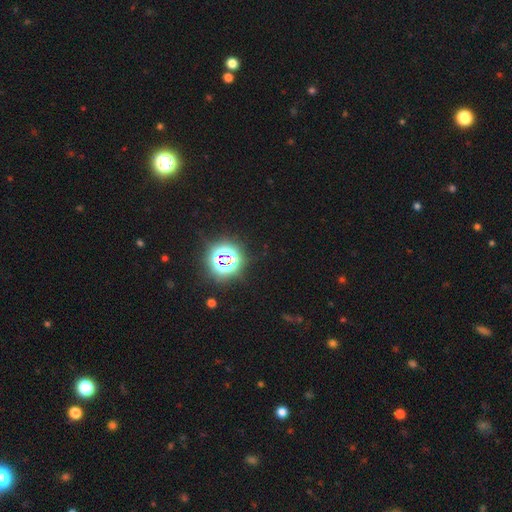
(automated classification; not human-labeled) Smooth or featured: star or artifact — 79% (smooth — 14%)